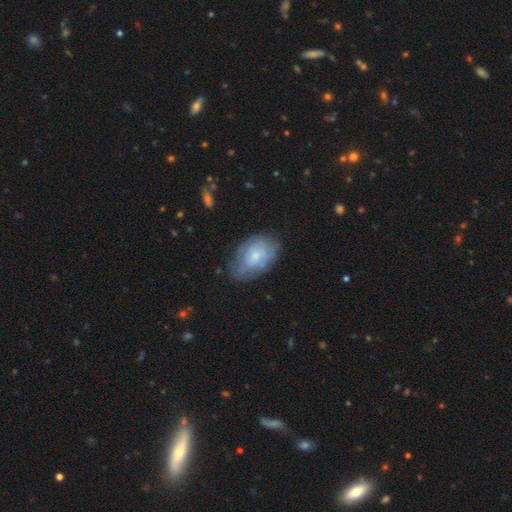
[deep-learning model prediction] Morphology: type=smooth (56%); roundness=in between (88%); merging=none (66%).